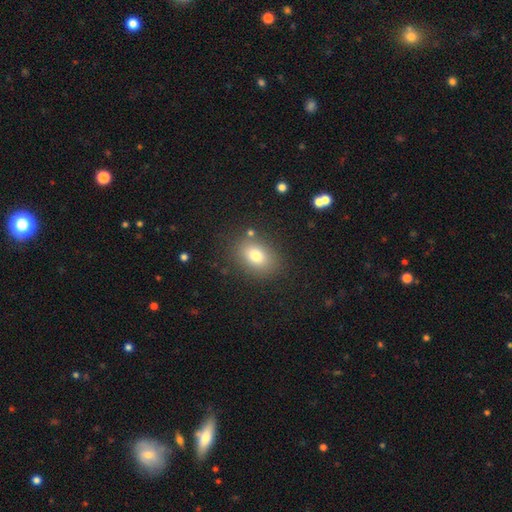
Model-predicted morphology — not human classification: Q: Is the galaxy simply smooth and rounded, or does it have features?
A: smooth — 78%.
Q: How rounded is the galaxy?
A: in between — 70%.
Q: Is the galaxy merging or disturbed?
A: none — 81%.